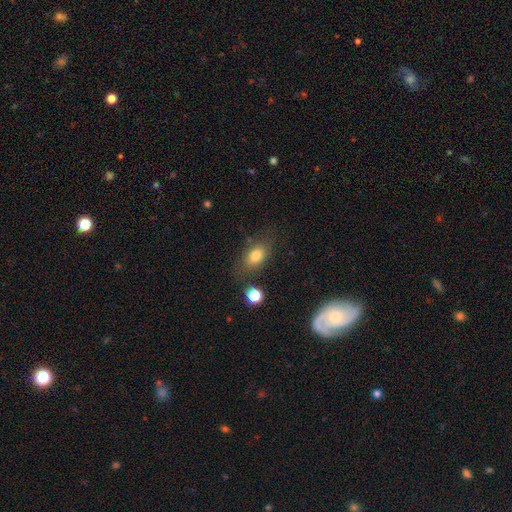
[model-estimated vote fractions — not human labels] Q: Smooth or featured?
A: smooth (77%); runner-up: featured or disk (12%)
Q: How rounded?
A: in between (80%); runner-up: round (17%)
Q: Merging?
A: none (72%); runner-up: minor disturbance (16%)